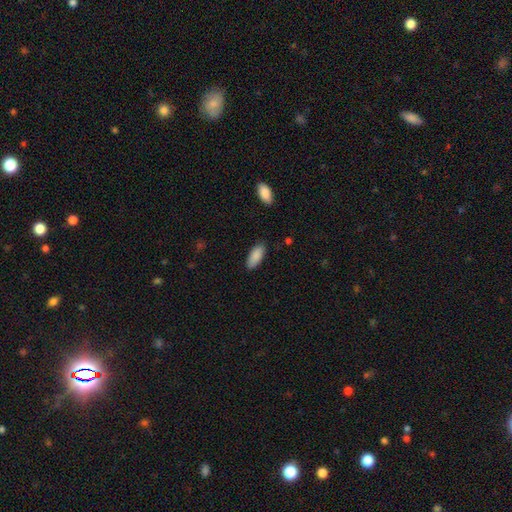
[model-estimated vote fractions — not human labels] The model was most divided on "how rounded": in between: 81%, cigar-shaped: 18%, round: 2%. More confident: smooth or featured — smooth (89%); merging — none (84%).